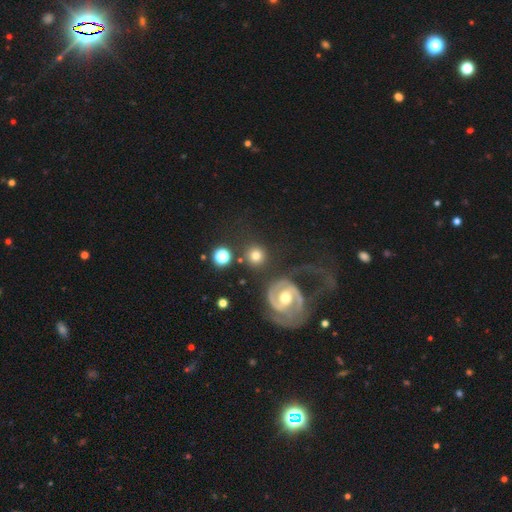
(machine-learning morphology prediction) Overall: smooth (68%). How rounded: round (93%). Merging: none (78%).